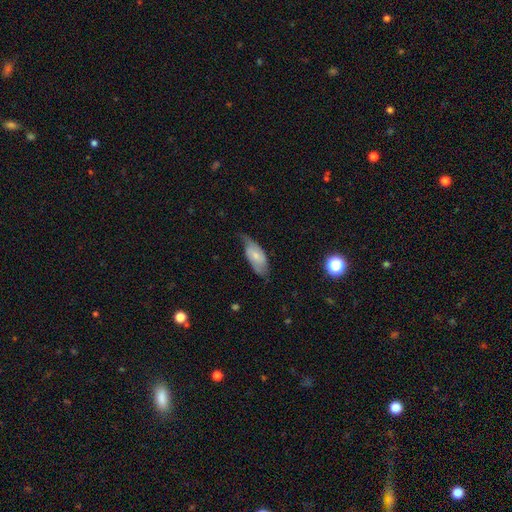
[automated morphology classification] smooth-or-featured: featured or disk: 47% | smooth: 46% | star or artifact: 7%
  merging: none: 54% | minor disturbance: 32% | major disturbance: 13% | merger: 2%